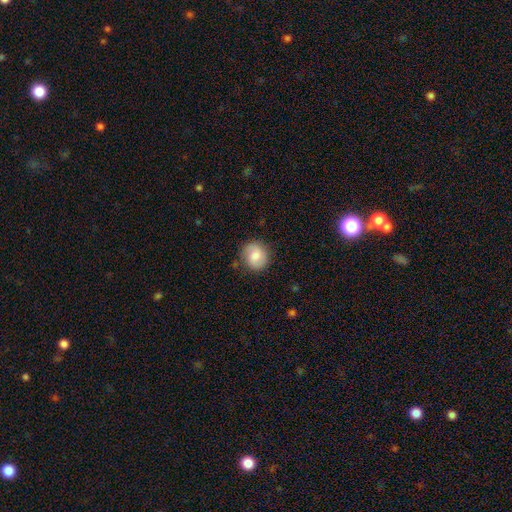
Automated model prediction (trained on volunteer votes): A smooth galaxy with no disk features (73%) that is round (85%). Merging: none (81%).